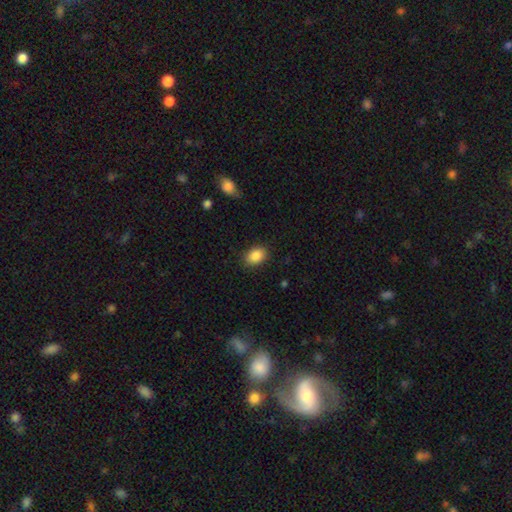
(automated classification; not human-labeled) Smooth or featured? Predicted: smooth (p=0.87). How rounded? Predicted: in between (p=0.70). Merging? Predicted: none (p=0.86).